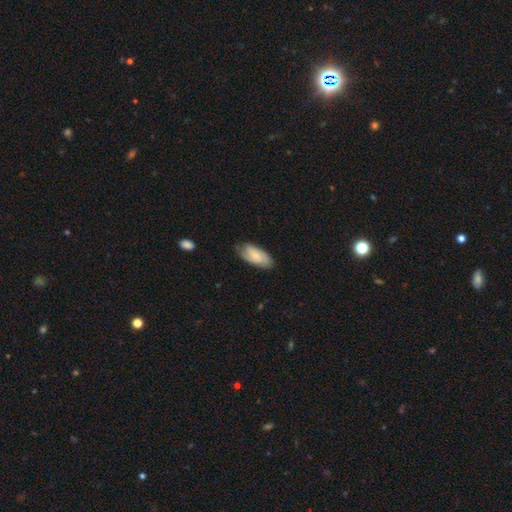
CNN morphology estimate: This is possibly a smooth galaxy (49%). Merging: likely none (71%).